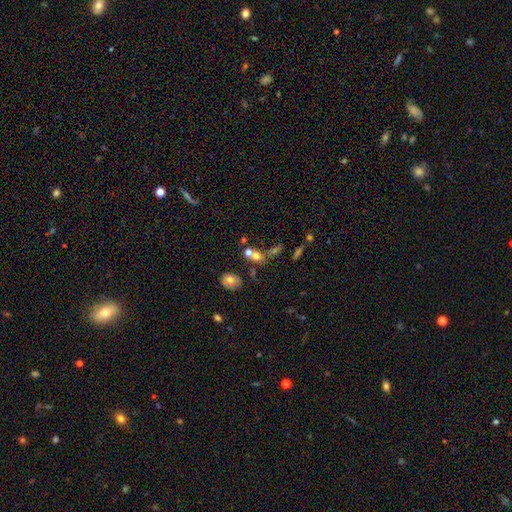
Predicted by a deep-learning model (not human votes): Morphology: type=smooth (64%); roundness=round (50%); merging=merger (44%).